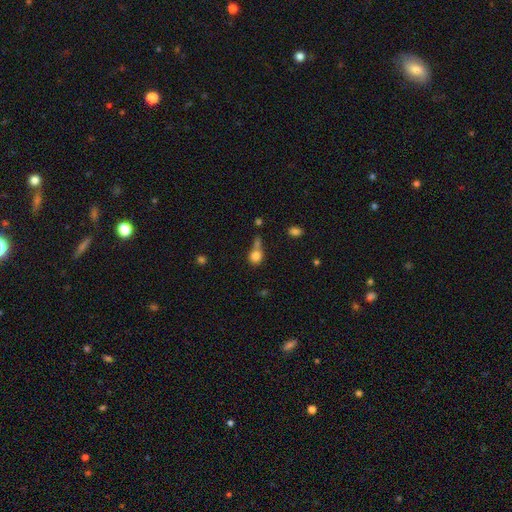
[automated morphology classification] This appears to be a smooth galaxy with no disk features (82%) that is round (77%). Merging: none (41%).